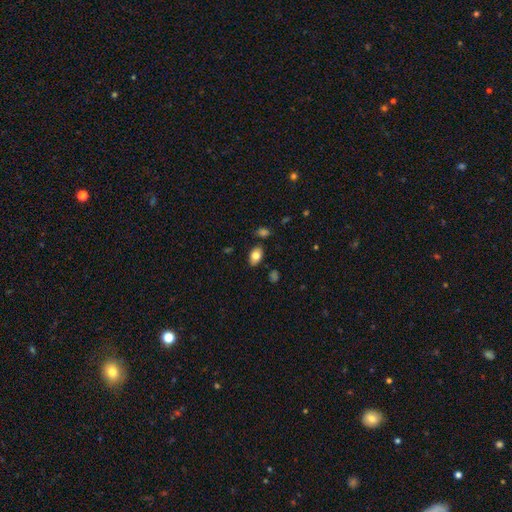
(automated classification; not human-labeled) smooth_or_featured: smooth (p=0.78) [alt: featured or disk p=0.14]
how_rounded: in between (p=0.89) [alt: round p=0.10]
merging: none (p=0.83) [alt: minor disturbance p=0.12]